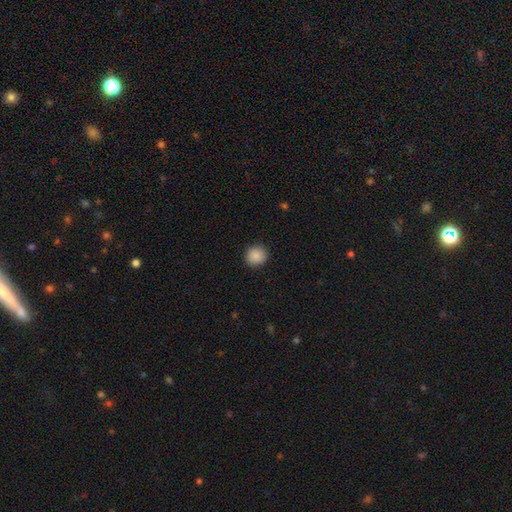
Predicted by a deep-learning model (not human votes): This is clearly a smooth galaxy (88%). How rounded: clearly round (88%). Merging: clearly none (90%).